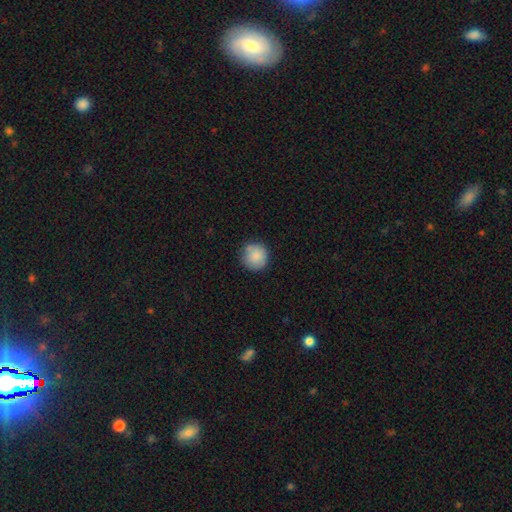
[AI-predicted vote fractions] smooth_or_featured: smooth (p=0.86) [alt: star or artifact p=0.08]
how_rounded: round (p=0.93) [alt: in between p=0.06]
merging: none (p=0.75) [alt: minor disturbance p=0.17]